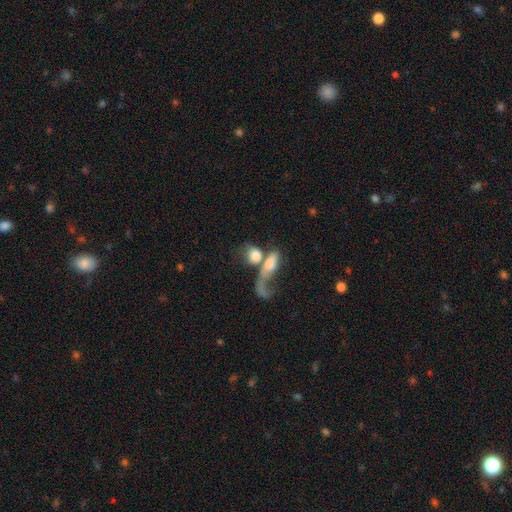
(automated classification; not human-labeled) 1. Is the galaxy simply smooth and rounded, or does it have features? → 68% smooth, 23% featured or disk, 8% star or artifact.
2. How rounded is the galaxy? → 53% in between, 39% round, 8% cigar-shaped.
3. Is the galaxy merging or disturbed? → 53% merger, 22% major disturbance, 17% none, 7% minor disturbance.